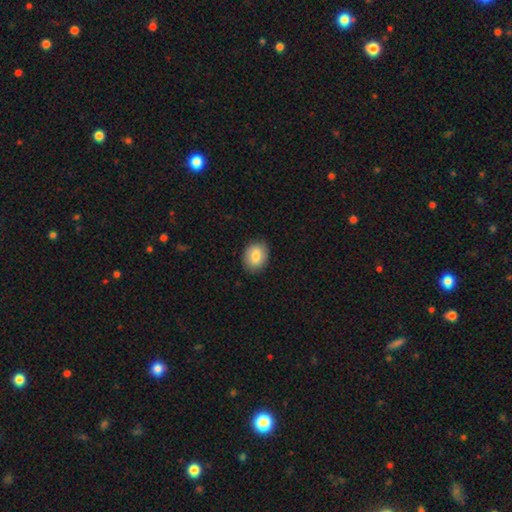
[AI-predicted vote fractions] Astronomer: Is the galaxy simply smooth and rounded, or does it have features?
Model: smooth — 80%.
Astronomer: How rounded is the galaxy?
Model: in between — 58% (runner-up: round, 41%).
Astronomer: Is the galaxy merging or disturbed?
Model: none — 86%.